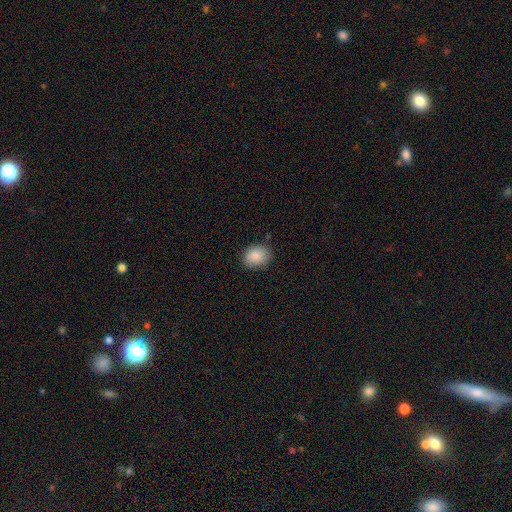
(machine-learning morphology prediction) smooth-or-featured: smooth: 88% | star or artifact: 7% | featured or disk: 5%
  how-rounded: round: 52% | in between: 47% | cigar-shaped: 1%
  merging: none: 83% | minor disturbance: 13% | major disturbance: 3% | merger: 1%